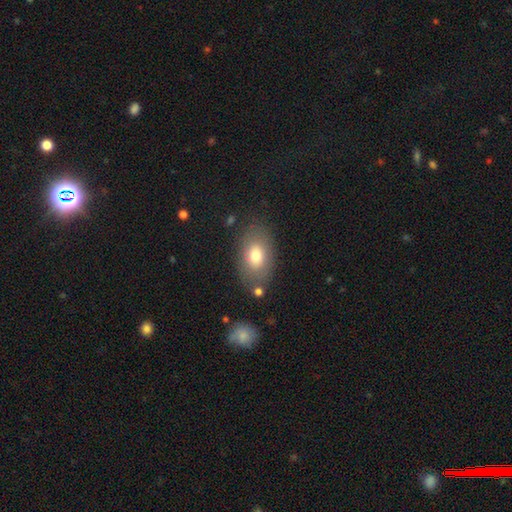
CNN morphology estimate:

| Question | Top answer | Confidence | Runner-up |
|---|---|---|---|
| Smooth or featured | smooth | 75% | featured or disk (17%) |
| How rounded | in between | 89% | round (10%) |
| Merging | none | 76% | minor disturbance (14%) |